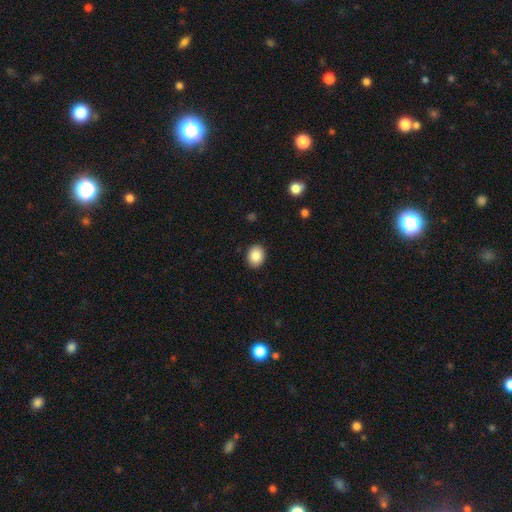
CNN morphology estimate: Smooth or featured? Predicted: smooth (p=0.87). How rounded? Predicted: round (p=0.50, tied with in between). Merging? Predicted: none (p=0.91).